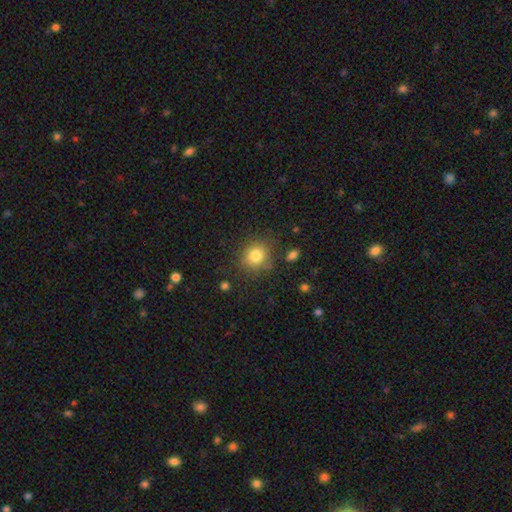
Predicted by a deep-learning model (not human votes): Q: Smooth or featured?
A: smooth (82%); runner-up: star or artifact (11%)
Q: How rounded?
A: round (82%); runner-up: in between (17%)
Q: Merging?
A: none (79%); runner-up: minor disturbance (13%)